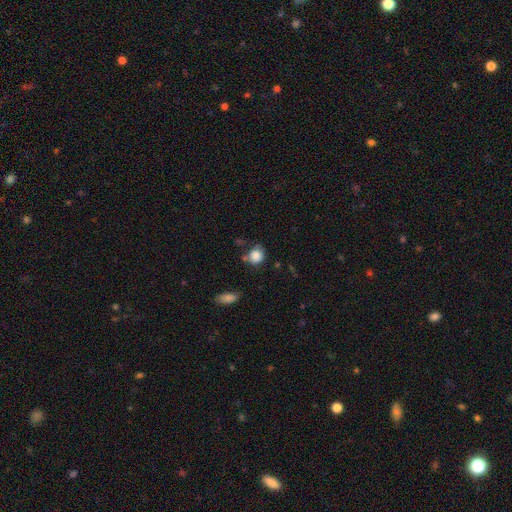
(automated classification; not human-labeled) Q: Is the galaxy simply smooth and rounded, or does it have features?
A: smooth — 85%.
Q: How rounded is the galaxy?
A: round — 80%.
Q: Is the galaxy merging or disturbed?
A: none — 59%.